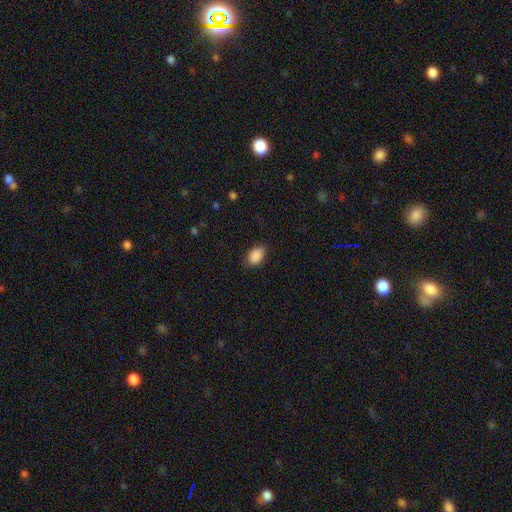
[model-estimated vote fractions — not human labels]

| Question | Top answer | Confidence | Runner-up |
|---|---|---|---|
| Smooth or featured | smooth | 90% | star or artifact (7%) |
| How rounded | in between | 85% | round (14%) |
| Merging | none | 81% | minor disturbance (15%) |